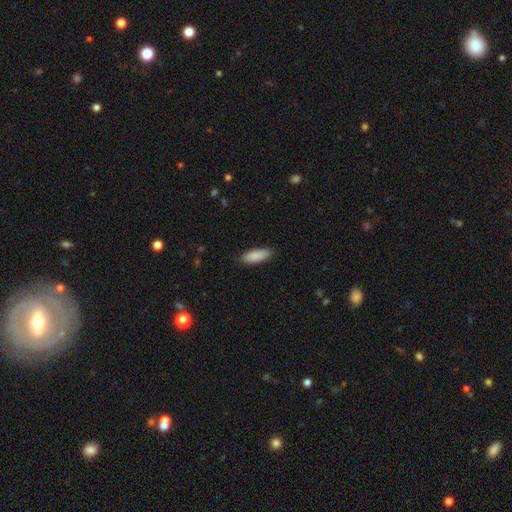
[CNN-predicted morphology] smooth 89%, star or artifact 6%, featured or disk 5%. Down the decision tree: how rounded — in between (70%); merging — none (86%).